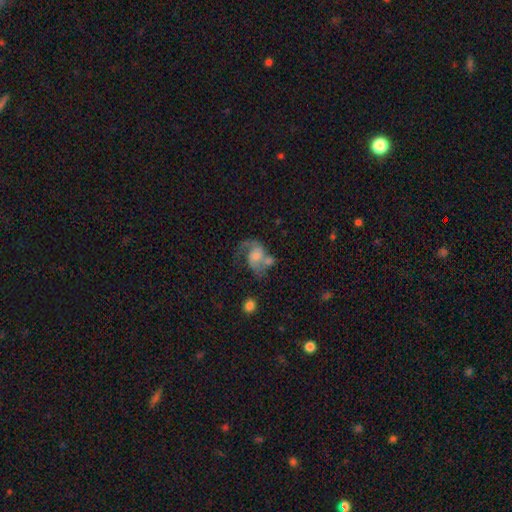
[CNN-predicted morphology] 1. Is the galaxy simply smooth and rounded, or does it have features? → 71% featured or disk, 21% smooth, 9% star or artifact.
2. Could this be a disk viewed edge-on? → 98% no, 2% yes.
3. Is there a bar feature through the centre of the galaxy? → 62% no, 32% weak, 6% strong.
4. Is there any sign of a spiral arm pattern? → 88% yes, 12% no.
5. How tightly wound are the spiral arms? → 49% loose, 40% medium, 11% tight.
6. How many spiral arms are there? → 63% 2, 29% 1, 5% can't tell, 1% 3, 1% 4, 1% more than 4.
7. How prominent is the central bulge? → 35% moderate, 29% small, 19% none, 15% large, 3% dominant.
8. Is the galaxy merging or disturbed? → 32% none, 29% major disturbance, 21% merger, 18% minor disturbance.